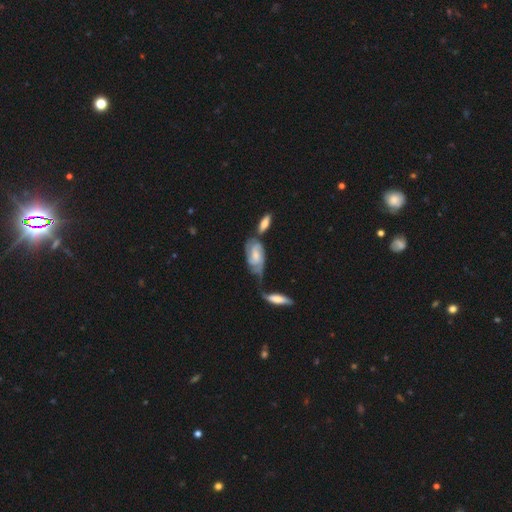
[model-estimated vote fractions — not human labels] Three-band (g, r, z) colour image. It shows a featured or disk galaxy (75%) with no bar (49%), 2 (52%) tight (47%) spiral arms (94%) and a small central bulge (36%, tied with moderate). Merging: none (43%).